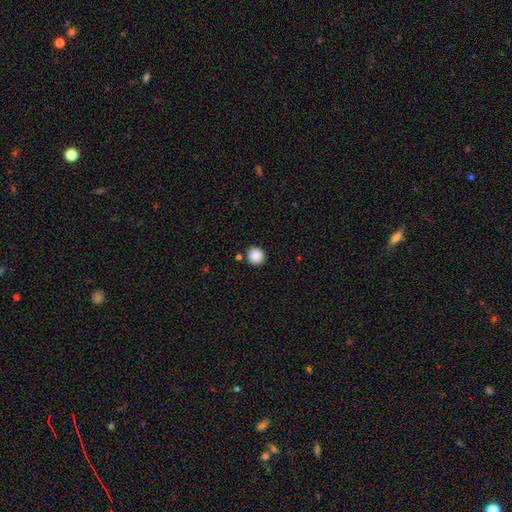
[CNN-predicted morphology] Smooth or featured? smooth (88%)
How rounded? round (94%)
Merging? none (89%)